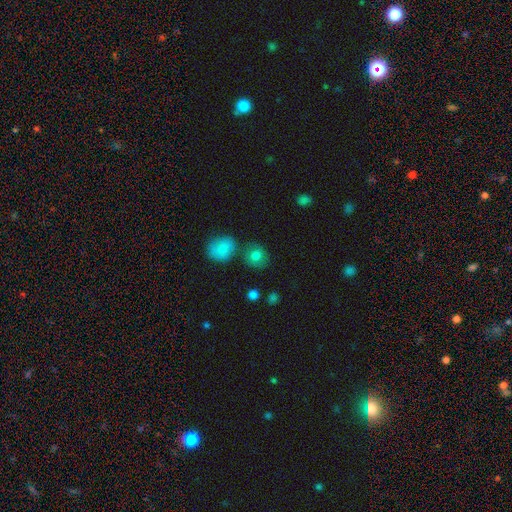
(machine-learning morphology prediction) smooth 80%, star or artifact 10%, featured or disk 10%. Down the decision tree: how rounded — round (80%); merging — none (67%).